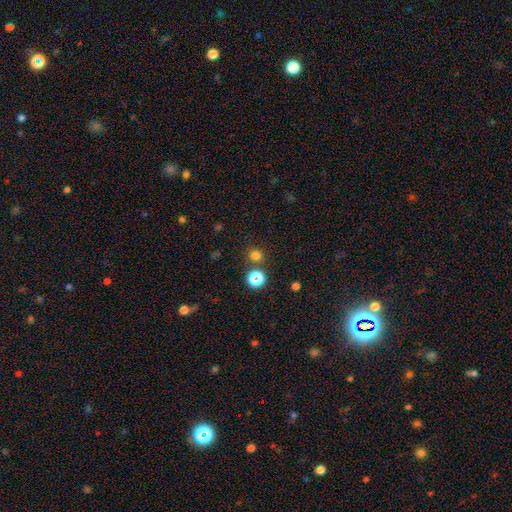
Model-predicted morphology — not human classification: Smooth or featured: smooth — 72% (star or artifact — 23%)
How rounded: round — 87% (in between — 12%)
Merging: none — 83% (minor disturbance — 7%)